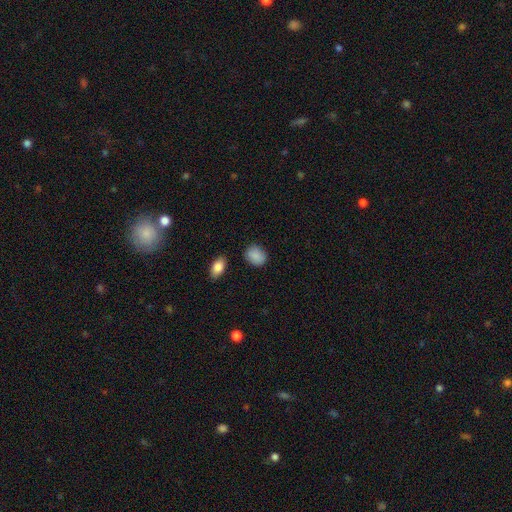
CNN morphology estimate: This is clearly a smooth galaxy (89%). How rounded: possibly in between (56%). Merging: clearly none (83%).